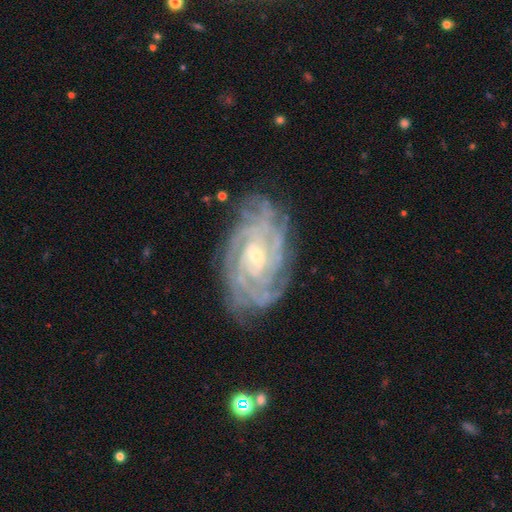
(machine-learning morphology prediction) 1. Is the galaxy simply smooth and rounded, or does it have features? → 90% featured or disk, 5% star or artifact, 5% smooth.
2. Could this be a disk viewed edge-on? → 96% no, 4% yes.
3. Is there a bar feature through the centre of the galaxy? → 48% weak, 34% no, 18% strong.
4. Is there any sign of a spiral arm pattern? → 98% yes, 2% no.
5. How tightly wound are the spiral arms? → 80% tight, 17% medium, 3% loose.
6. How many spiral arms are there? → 30% can't tell, 23% 4, 16% more than 4, 14% 3, 11% 2, 7% 1.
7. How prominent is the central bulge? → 52% small, 44% moderate, 2% large, 1% none, 1% dominant.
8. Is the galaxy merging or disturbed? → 78% none, 16% minor disturbance, 5% major disturbance, 1% merger.